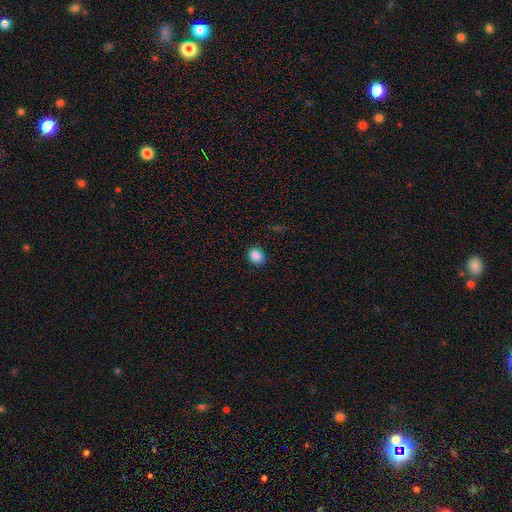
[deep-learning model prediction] smooth_or_featured: smooth (p=0.87) [alt: star or artifact p=0.10]
how_rounded: round (p=0.62) [alt: in between p=0.37]
merging: none (p=0.88) [alt: minor disturbance p=0.09]